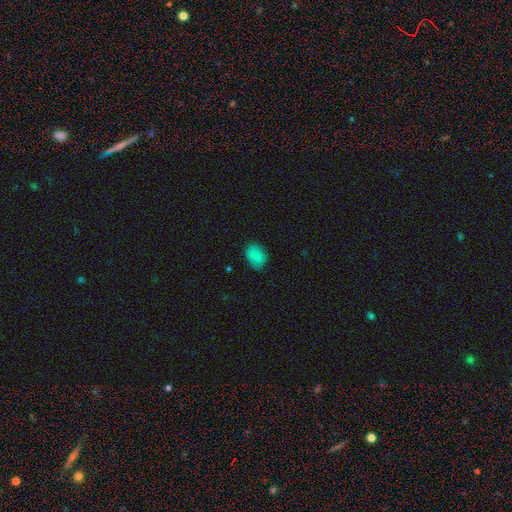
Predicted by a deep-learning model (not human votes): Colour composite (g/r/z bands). It shows a smooth galaxy with no disk features (81%) that is in between round and cigar-shaped (62%). Merging: none (80%).